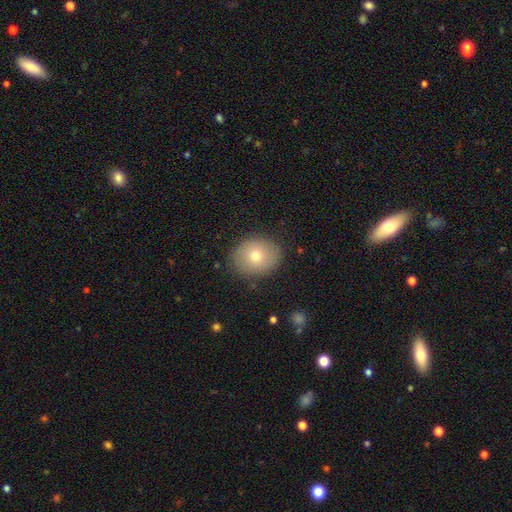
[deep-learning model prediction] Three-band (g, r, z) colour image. It shows a smooth galaxy with no disk features (72%) that is round (59%). Merging: none (86%).